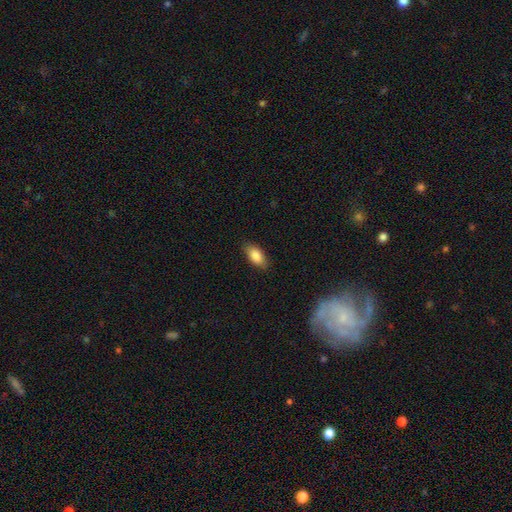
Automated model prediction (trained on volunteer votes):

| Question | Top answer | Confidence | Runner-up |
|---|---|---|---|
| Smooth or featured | smooth | 86% | featured or disk (8%) |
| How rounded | in between | 89% | cigar-shaped (8%) |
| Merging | none | 86% | minor disturbance (11%) |